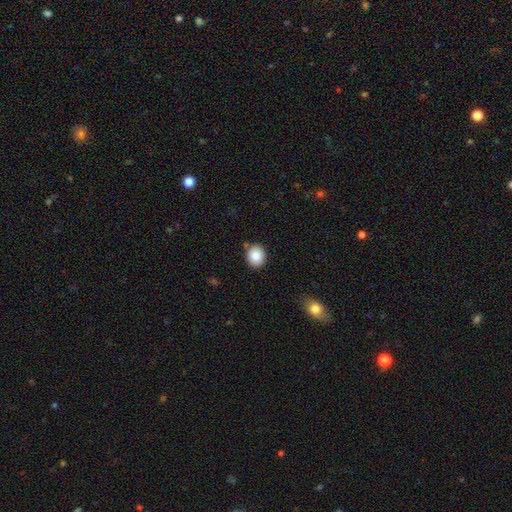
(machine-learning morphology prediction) type=smooth (86%); roundness=round (70%); merging=none (84%).